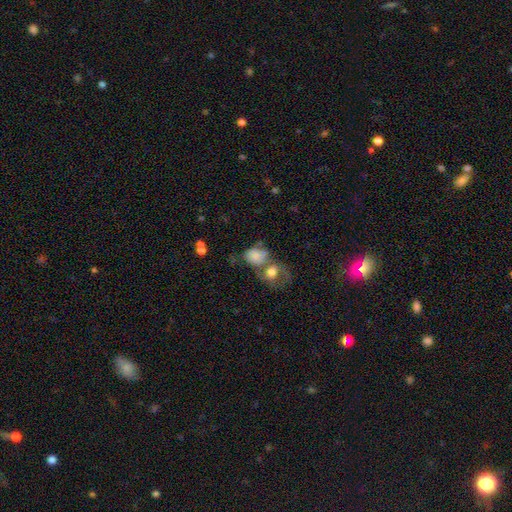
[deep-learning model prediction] A smooth galaxy with no disk features (70%) that is round (51%).

Vote fractions:
- Smooth or featured? smooth: 70% / featured or disk: 21% / star or artifact: 9%
- How rounded? round: 51% / in between: 47% / cigar-shaped: 1%
- Merging? merger: 53% / none: 23% / minor disturbance: 13% / major disturbance: 11%